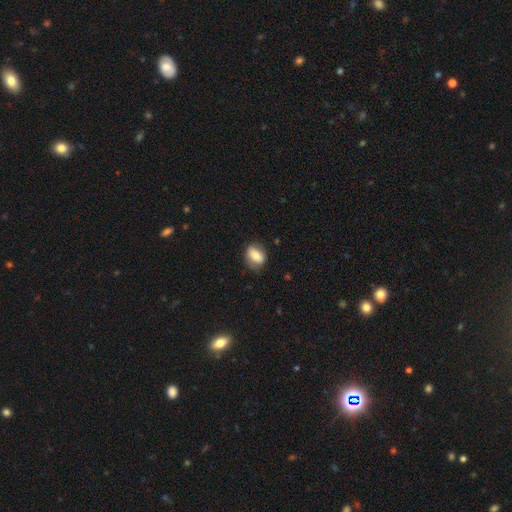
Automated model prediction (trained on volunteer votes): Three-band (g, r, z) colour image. It shows a smooth galaxy with no disk features (73%) that is in between round and cigar-shaped (68%). Merging: none (75%).